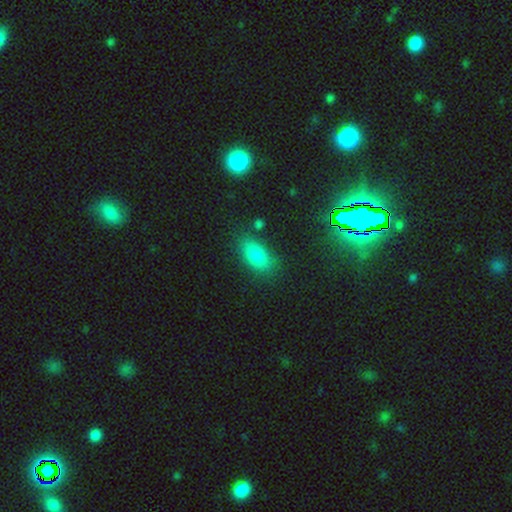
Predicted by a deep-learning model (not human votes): Morphology: type=smooth (80%); roundness=in between (88%); merging=none (77%).